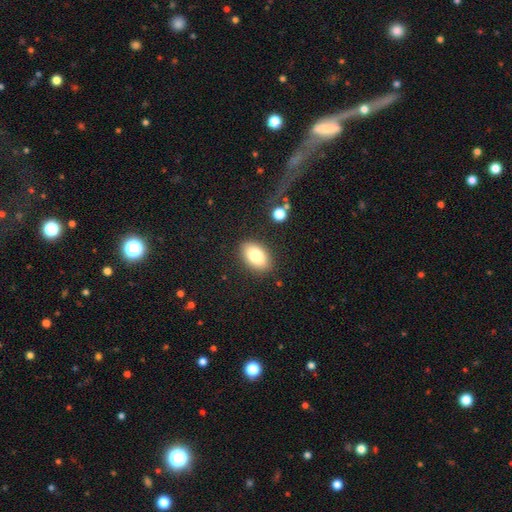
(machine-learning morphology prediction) smooth_or_featured: smooth (p=0.81) [alt: featured or disk p=0.11]
how_rounded: in between (p=0.90) [alt: round p=0.08]
merging: none (p=0.86) [alt: minor disturbance p=0.09]